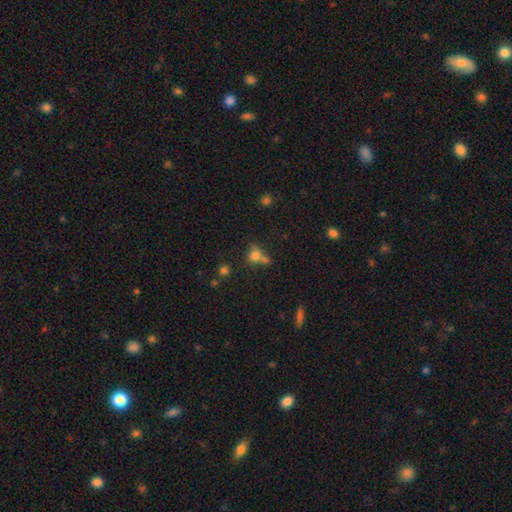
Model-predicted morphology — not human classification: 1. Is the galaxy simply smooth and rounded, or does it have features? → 71% smooth, 17% star or artifact, 13% featured or disk.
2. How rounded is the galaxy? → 68% round, 30% in between, 2% cigar-shaped.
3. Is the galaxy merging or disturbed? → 41% none, 37% merger, 15% minor disturbance, 8% major disturbance.